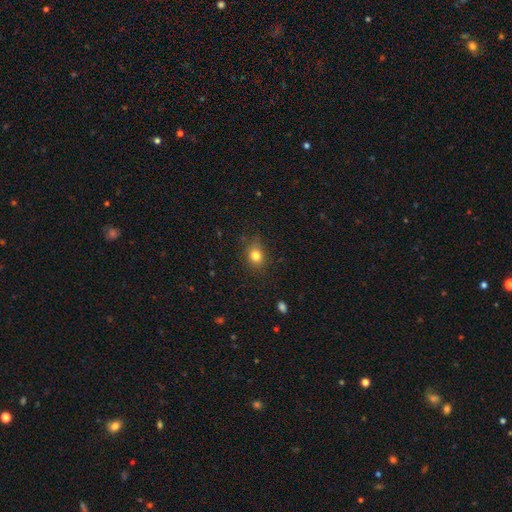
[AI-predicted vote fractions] This is clearly a smooth galaxy (81%). How rounded: possibly in between (50%). Merging: clearly none (81%).